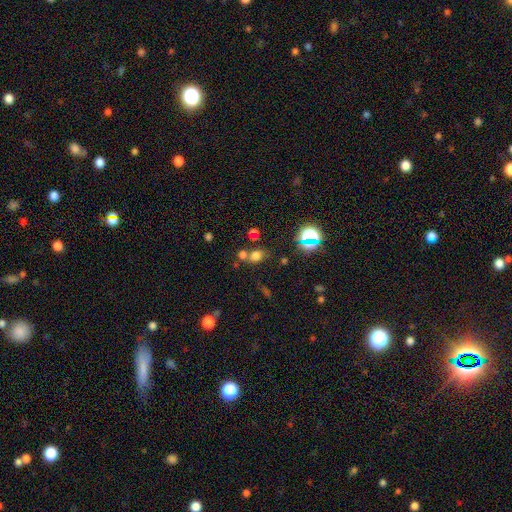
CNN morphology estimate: The model was most divided on "how rounded": round: 54%, in between: 45%, cigar-shaped: 2%. More confident: smooth or featured — smooth (65%); merging — none (58%).